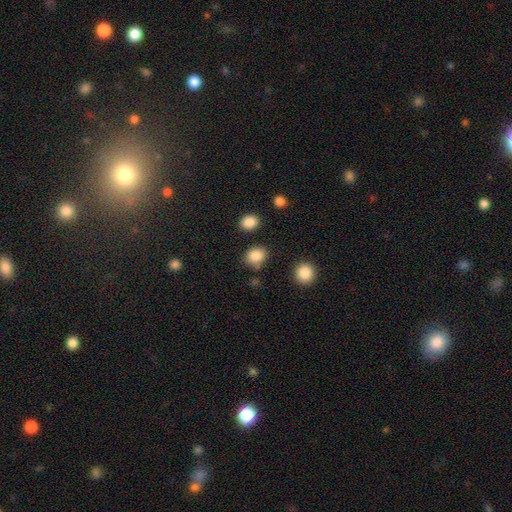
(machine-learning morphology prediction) This appears to be a smooth galaxy with no disk features (86%) that is round (61%). Merging: none (76%).